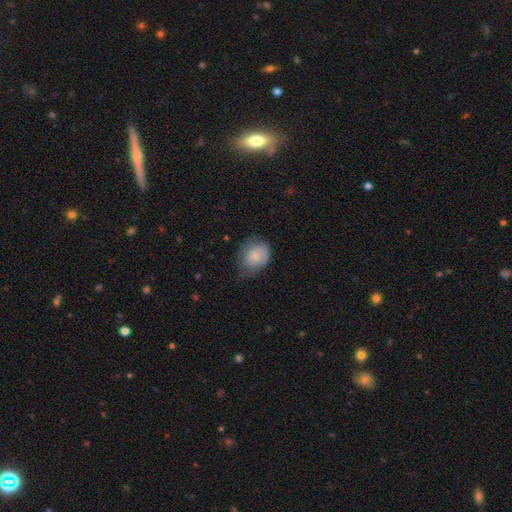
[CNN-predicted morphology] smooth_or_featured: smooth (p=0.73) [alt: featured or disk p=0.20]
how_rounded: in between (p=0.53) [alt: round p=0.46]
merging: none (p=0.45) [alt: minor disturbance p=0.40]